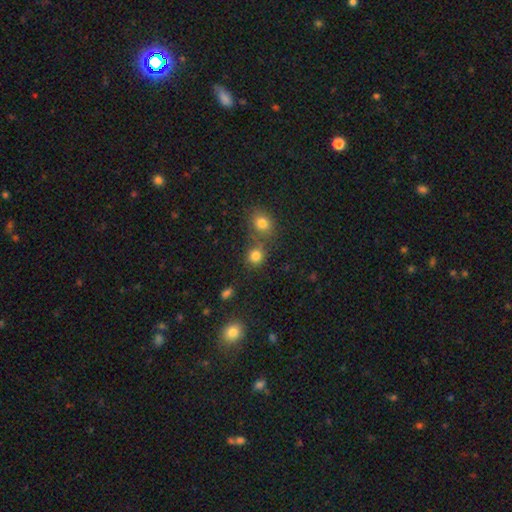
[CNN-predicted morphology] Smooth or featured?
  - smooth: 80% *
  - star or artifact: 13%
  - featured or disk: 6%
How rounded?
  - round: 78% *
  - in between: 21%
  - cigar-shaped: 1%
Merging?
  - none: 57% *
  - merger: 29%
  - minor disturbance: 10%
  - major disturbance: 4%